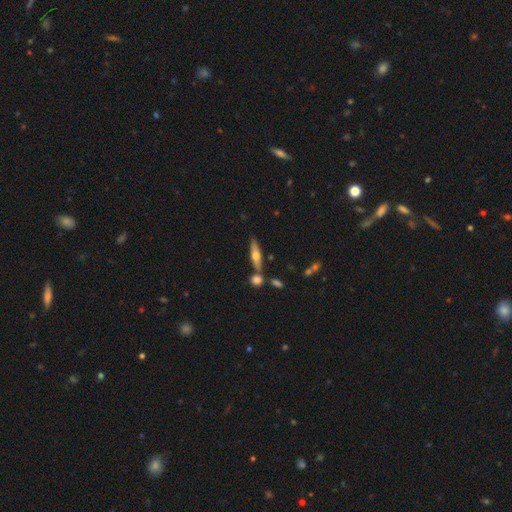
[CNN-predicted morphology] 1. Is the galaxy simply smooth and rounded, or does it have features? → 49% featured or disk, 44% smooth, 7% star or artifact.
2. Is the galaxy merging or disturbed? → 73% none, 14% merger, 11% minor disturbance, 3% major disturbance.